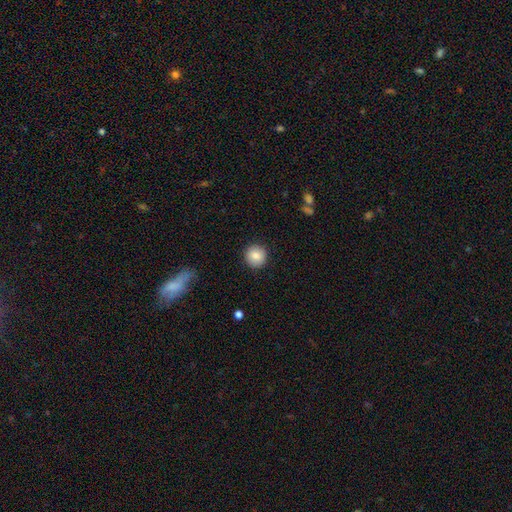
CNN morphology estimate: Q: Smooth or featured?
A: smooth (85%); runner-up: star or artifact (8%)
Q: How rounded?
A: round (94%); runner-up: in between (5%)
Q: Merging?
A: none (91%); runner-up: minor disturbance (6%)